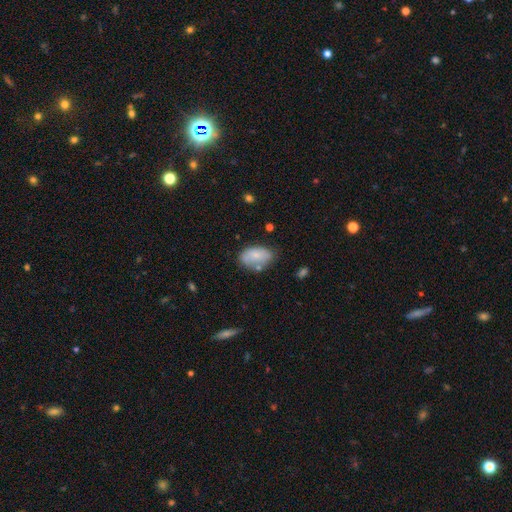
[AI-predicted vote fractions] Q: Smooth or featured?
A: smooth (76%); runner-up: featured or disk (17%)
Q: How rounded?
A: in between (89%); runner-up: round (10%)
Q: Merging?
A: none (57%); runner-up: minor disturbance (27%)